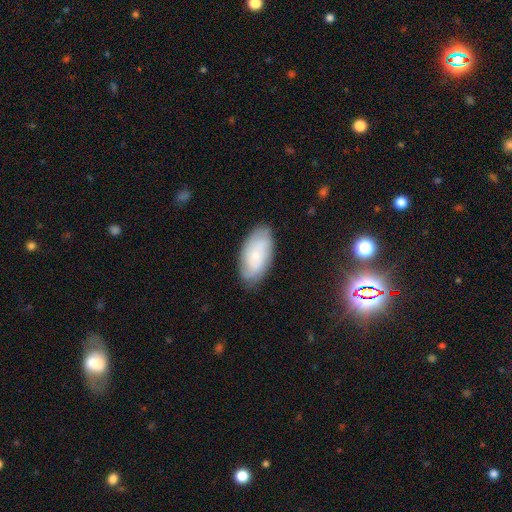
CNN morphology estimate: Smooth or featured? featured or disk (50%)
Merging? none (80%)